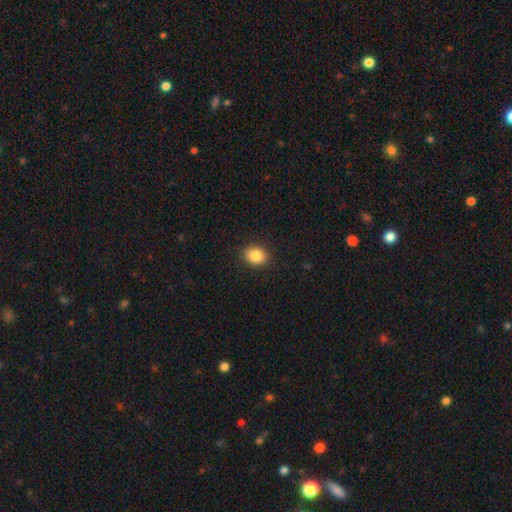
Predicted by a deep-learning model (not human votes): Smooth or featured?
  - smooth: 86% *
  - star or artifact: 9%
  - featured or disk: 5%
How rounded?
  - round: 58% *
  - in between: 41%
  - cigar-shaped: 1%
Merging?
  - none: 90% *
  - minor disturbance: 7%
  - major disturbance: 2%
  - merger: 1%